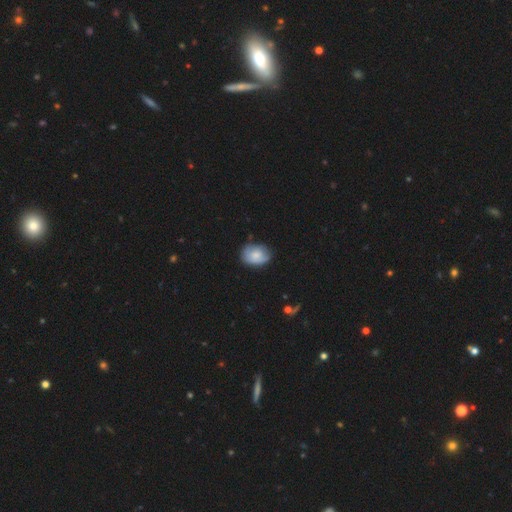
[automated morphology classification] This appears to be a smooth galaxy with no disk features (73%) that is in between round and cigar-shaped (71%). Merging: none (65%).